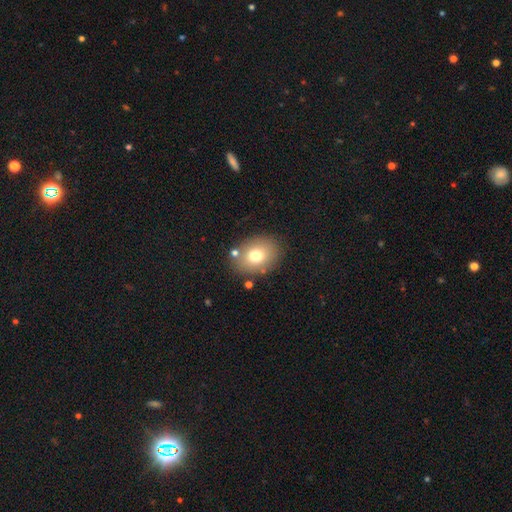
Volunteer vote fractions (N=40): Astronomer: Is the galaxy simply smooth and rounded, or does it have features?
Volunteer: smooth — 88%.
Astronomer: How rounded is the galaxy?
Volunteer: in between — 60% (runner-up: round, 40%).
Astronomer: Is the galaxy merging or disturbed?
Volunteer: none — 87%.